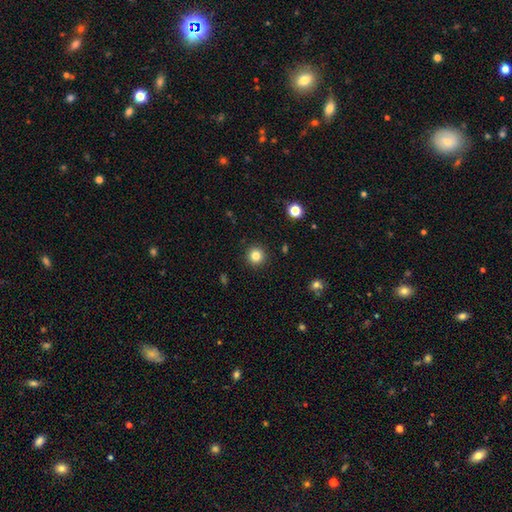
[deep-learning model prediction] Q: Smooth or featured?
A: smooth (82%); runner-up: star or artifact (12%)
Q: How rounded?
A: round (95%); runner-up: in between (4%)
Q: Merging?
A: none (93%); runner-up: minor disturbance (5%)